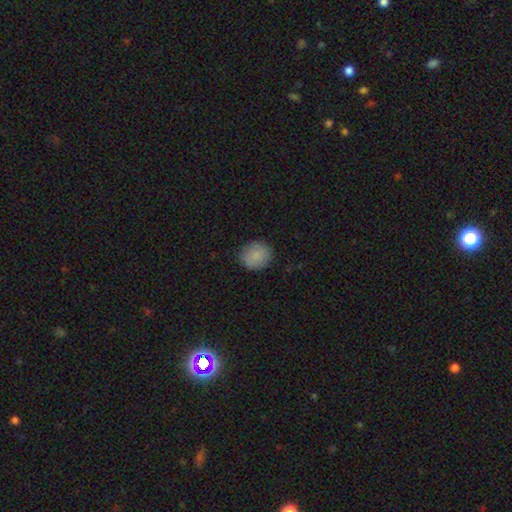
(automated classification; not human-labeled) Morphology: type=smooth (84%); roundness=round (85%); merging=none (86%).